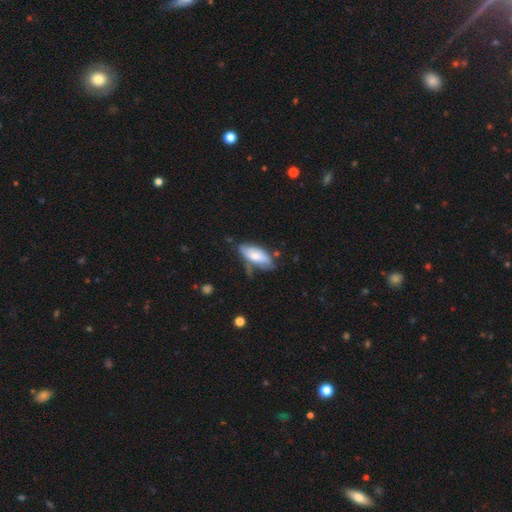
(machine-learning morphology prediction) A smooth galaxy with no disk features (65%) that is in between round and cigar-shaped (84%). Merging: none (51%).